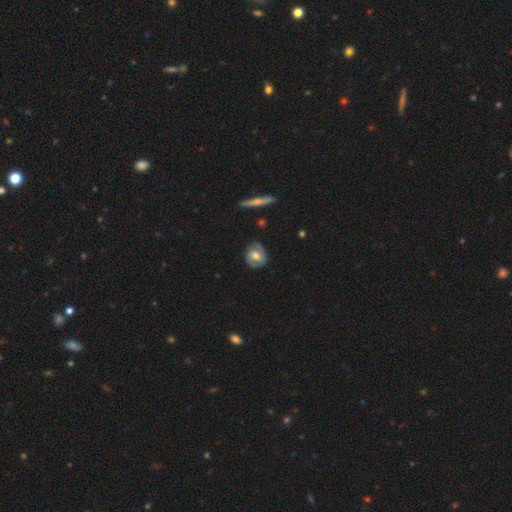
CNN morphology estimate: Smooth or featured? featured or disk (51%)
Edge-on disk? no (92%)
Merging? none (79%)